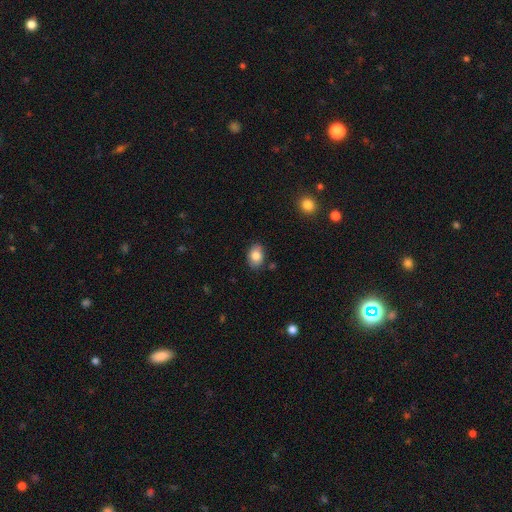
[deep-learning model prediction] A smooth galaxy with no disk features (83%) that is in between round and cigar-shaped (76%). Merging: none (85%).